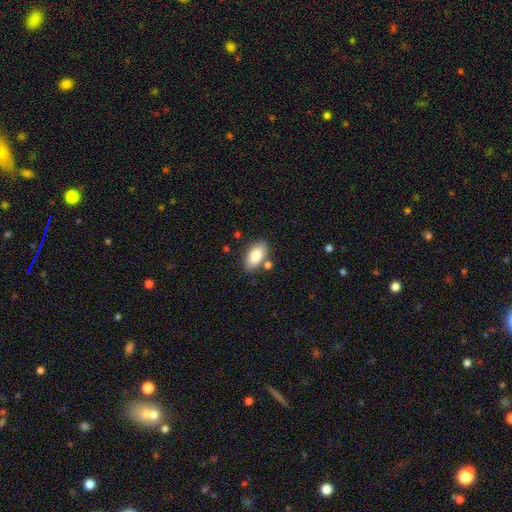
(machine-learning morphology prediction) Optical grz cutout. It shows a smooth galaxy with no disk features (81%) that is in between round and cigar-shaped (92%). Merging: none (78%).